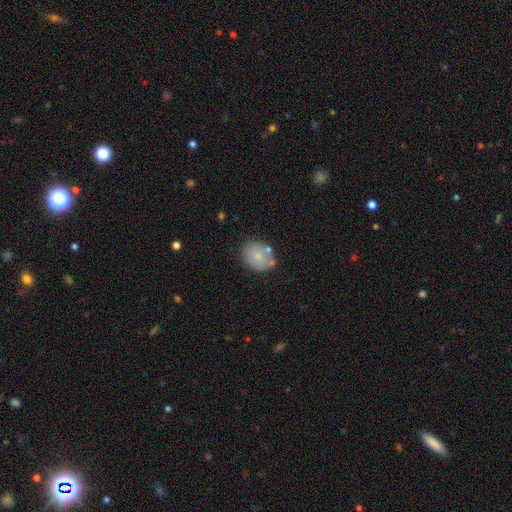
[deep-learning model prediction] smooth-or-featured: smooth: 78% | featured or disk: 14% | star or artifact: 8%
  how-rounded: in between: 50% | round: 49% | cigar-shaped: 1%
  merging: none: 71% | minor disturbance: 17% | merger: 8% | major disturbance: 5%